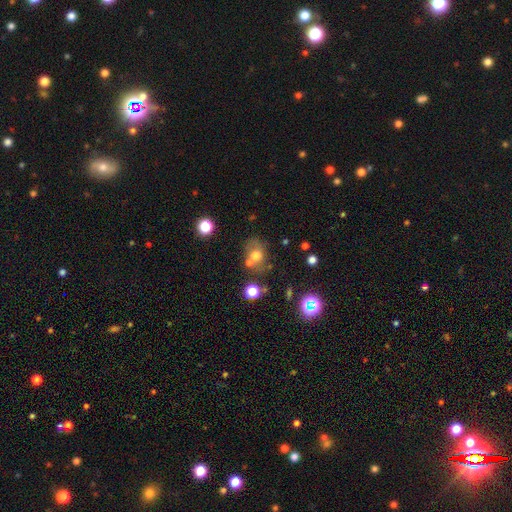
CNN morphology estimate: A smooth galaxy with no disk features (62%) that is round (55%). Merging: none (48%).